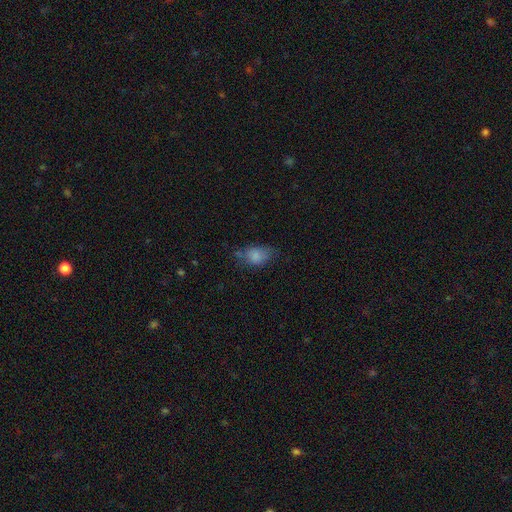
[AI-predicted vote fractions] A smooth galaxy with no disk features (79%) that is in between round and cigar-shaped (77%). Merging: none (47%).